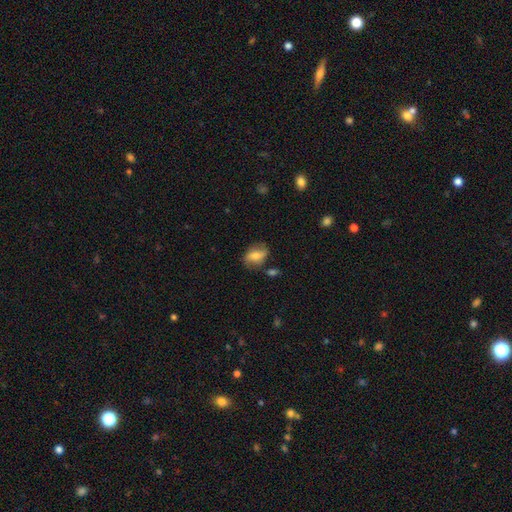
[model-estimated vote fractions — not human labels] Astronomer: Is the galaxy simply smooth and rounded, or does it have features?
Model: smooth — 59%.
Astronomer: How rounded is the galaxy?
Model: in between — 78%.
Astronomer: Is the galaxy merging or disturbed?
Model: none — 65%.